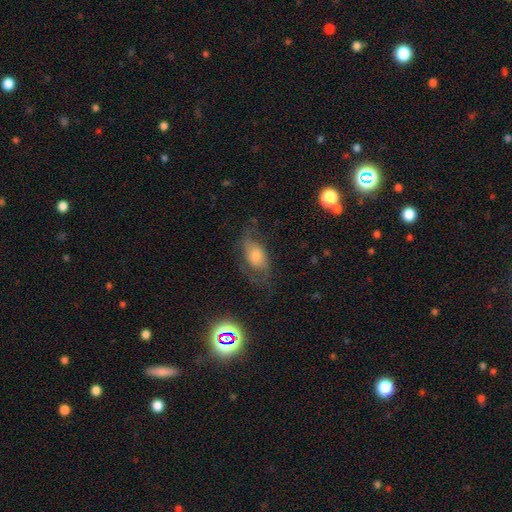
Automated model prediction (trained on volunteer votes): The model was most divided on "smooth or featured": featured or disk: 52%, smooth: 34%, star or artifact: 14%. More confident: edge-on disk — no (91%); merging — none (56%).